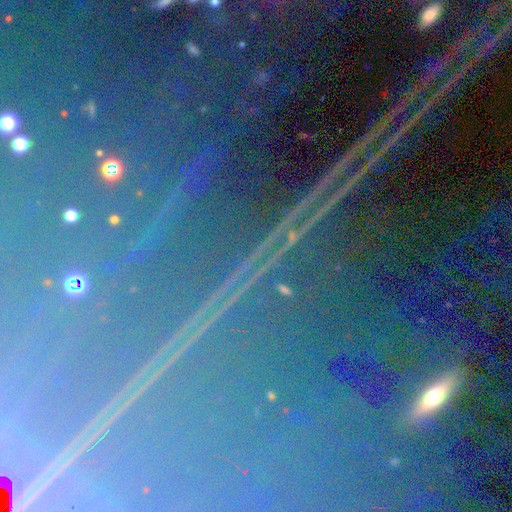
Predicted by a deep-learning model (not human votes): A star or artifact, not a galaxy (85%).